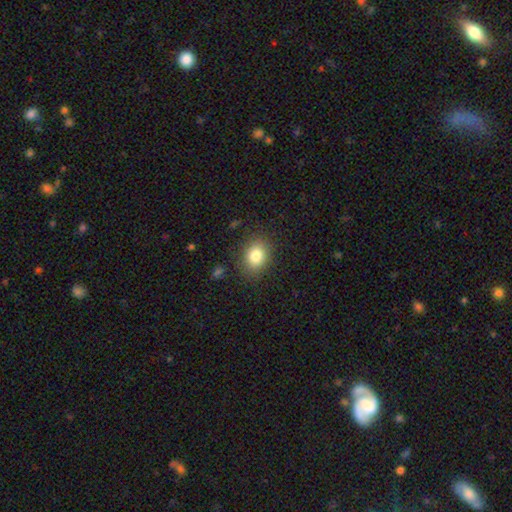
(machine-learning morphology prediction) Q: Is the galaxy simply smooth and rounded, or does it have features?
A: smooth — 82%.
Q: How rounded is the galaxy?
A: in between — 55%.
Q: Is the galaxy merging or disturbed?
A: none — 84%.